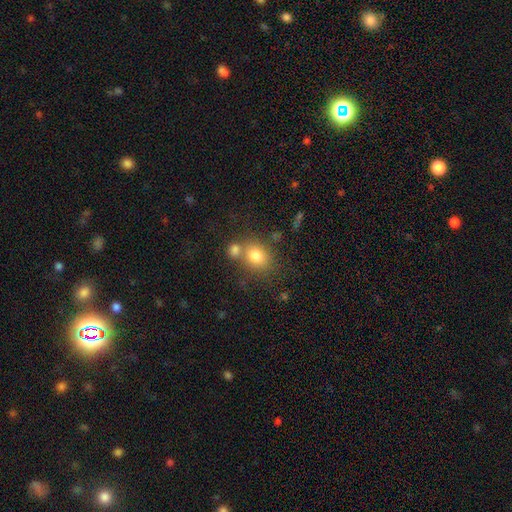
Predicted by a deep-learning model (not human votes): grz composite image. It shows a smooth galaxy with no disk features (78%) that is round (60%). Merging: none (55%).